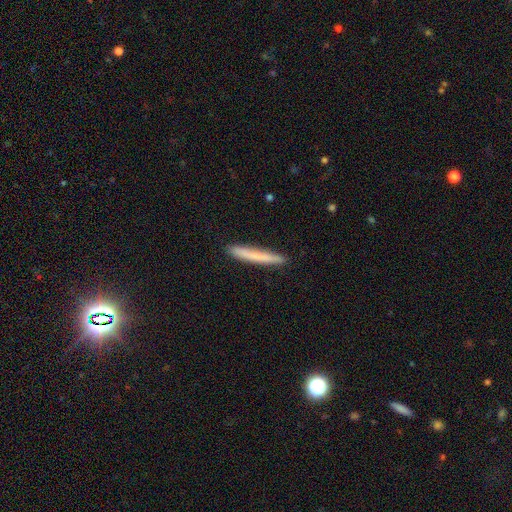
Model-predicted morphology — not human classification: Q: Smooth or featured?
A: smooth (72%); runner-up: featured or disk (22%)
Q: How rounded?
A: cigar-shaped (97%); runner-up: in between (2%)
Q: Merging?
A: none (90%); runner-up: minor disturbance (7%)